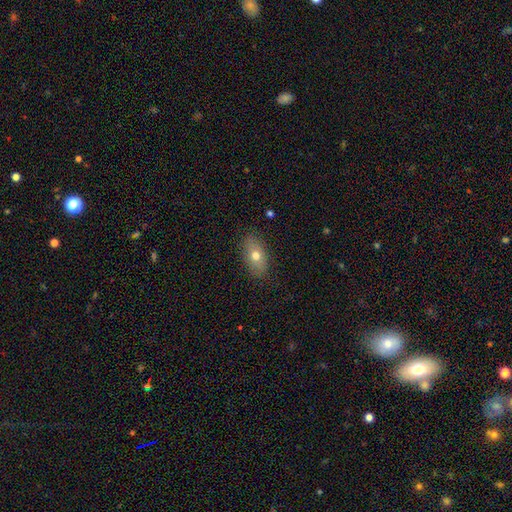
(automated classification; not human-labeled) smooth-or-featured: smooth: 70% | featured or disk: 22% | star or artifact: 8%
  how-rounded: in between: 87% | round: 8% | cigar-shaped: 5%
  merging: none: 85% | minor disturbance: 11% | major disturbance: 3% | merger: 1%